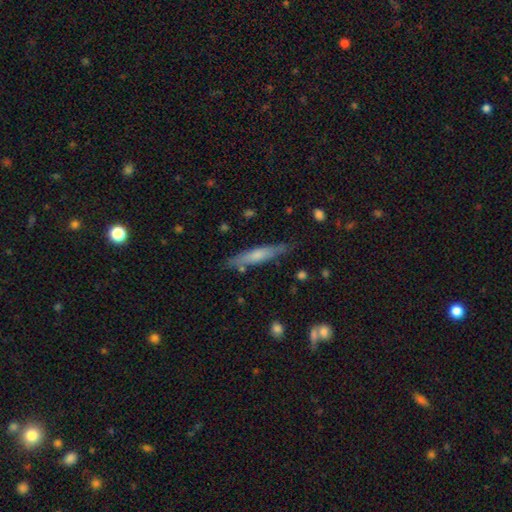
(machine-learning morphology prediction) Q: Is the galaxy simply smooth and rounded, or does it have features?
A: smooth — 56%.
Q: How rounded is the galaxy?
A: cigar-shaped — 89%.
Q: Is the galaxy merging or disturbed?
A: none — 79%.